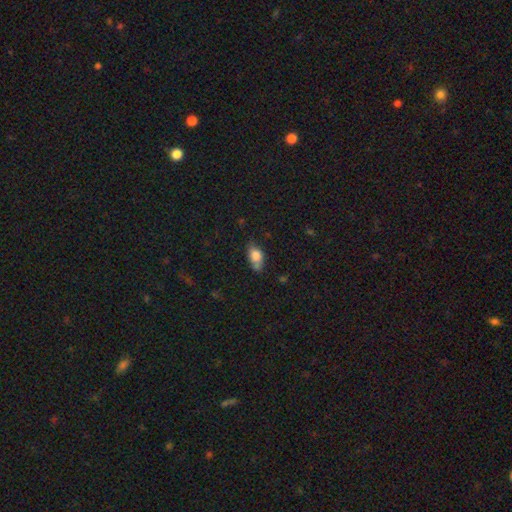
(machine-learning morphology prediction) A smooth galaxy with no disk features (78%) that is in between round and cigar-shaped (84%).

Vote fractions:
- Smooth or featured? smooth: 78% / featured or disk: 13% / star or artifact: 9%
- How rounded? in between: 84% / round: 11% / cigar-shaped: 5%
- Merging? none: 51% / minor disturbance: 32% / merger: 9% / major disturbance: 9%